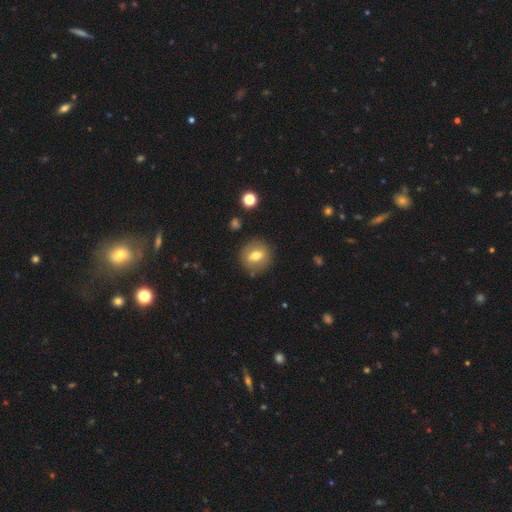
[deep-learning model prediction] A smooth galaxy with no disk features (66%) that is round (72%).

Vote fractions:
- Smooth or featured? smooth: 66% / featured or disk: 24% / star or artifact: 9%
- How rounded? round: 72% / in between: 26% / cigar-shaped: 2%
- Merging? none: 86% / minor disturbance: 9% / major disturbance: 3% / merger: 2%